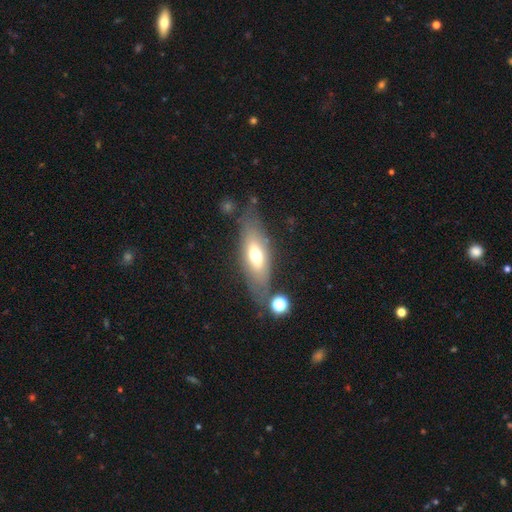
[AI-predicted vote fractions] Smooth or featured? Predicted: smooth (p=0.56). How rounded? Predicted: in between (p=0.66). Merging? Predicted: none (p=0.69).